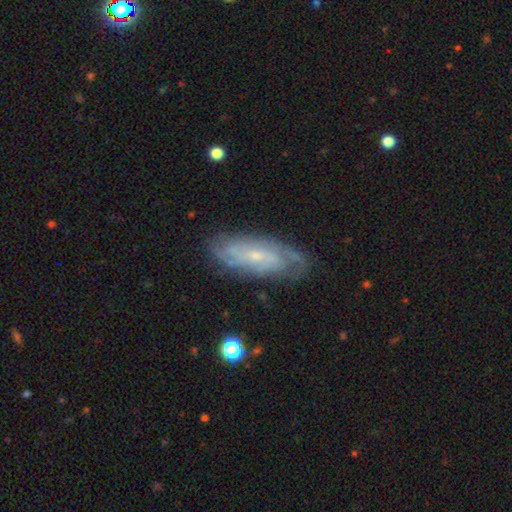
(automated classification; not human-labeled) Smooth or featured?
  - featured or disk: 75% *
  - smooth: 18%
  - star or artifact: 7%
Edge-on disk?
  - no: 88% *
  - yes: 12%
Bar?
  - no: 56% *
  - weak: 36%
  - strong: 8%
Spiral arms?
  - yes: 90% *
  - no: 10%
Spiral winding?
  - tight: 56% *
  - medium: 33%
  - loose: 11%
Spiral arm count?
  - can't tell: 47% *
  - 2: 23%
  - 3: 13%
  - 4: 9%
  - more than 4: 4%
  - 1: 4%
Bulge size?
  - small: 74% *
  - moderate: 19%
  - none: 4%
  - large: 1%
  - dominant: 1%
Merging?
  - none: 74% *
  - minor disturbance: 18%
  - major disturbance: 6%
  - merger: 2%